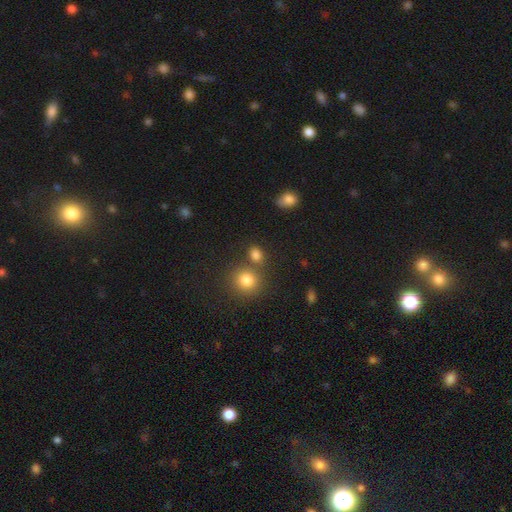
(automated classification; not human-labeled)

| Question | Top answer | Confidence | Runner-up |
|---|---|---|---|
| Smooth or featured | smooth | 78% | star or artifact (15%) |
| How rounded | round | 65% | in between (33%) |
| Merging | none | 64% | merger (22%) |